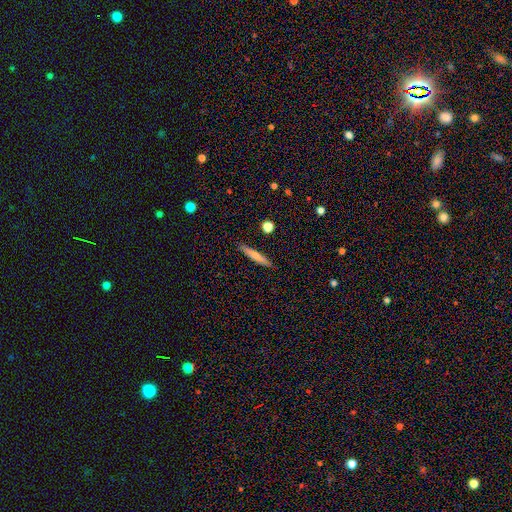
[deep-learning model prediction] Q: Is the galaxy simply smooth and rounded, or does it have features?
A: smooth — 70%.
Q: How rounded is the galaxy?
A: cigar-shaped — 93%.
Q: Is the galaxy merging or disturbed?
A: none — 90%.